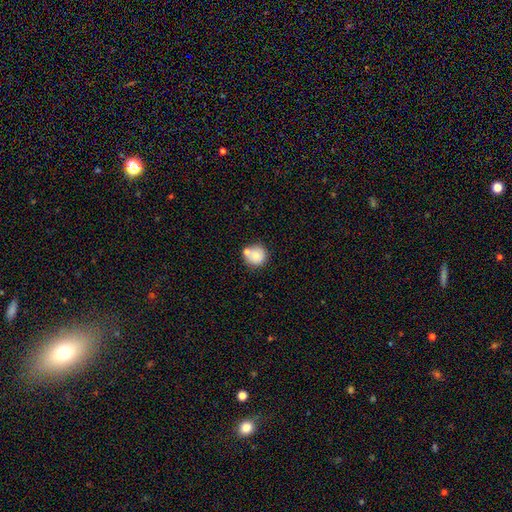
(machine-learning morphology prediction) This appears to be a smooth galaxy with no disk features (78%) that is round (91%). Merging: none (64%).